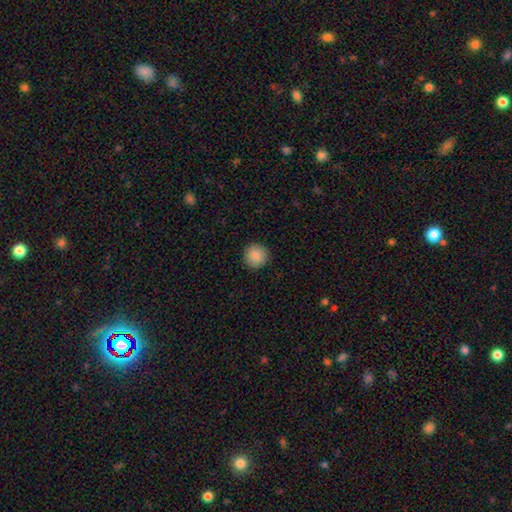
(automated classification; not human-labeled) Smooth or featured? smooth (86%)
How rounded? round (95%)
Merging? none (91%)